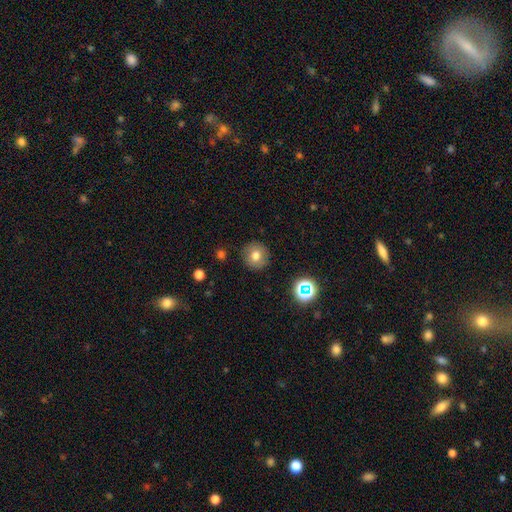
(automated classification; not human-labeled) smooth 73%, star or artifact 14%, featured or disk 13%. Down the decision tree: how rounded — round (93%); merging — none (88%).